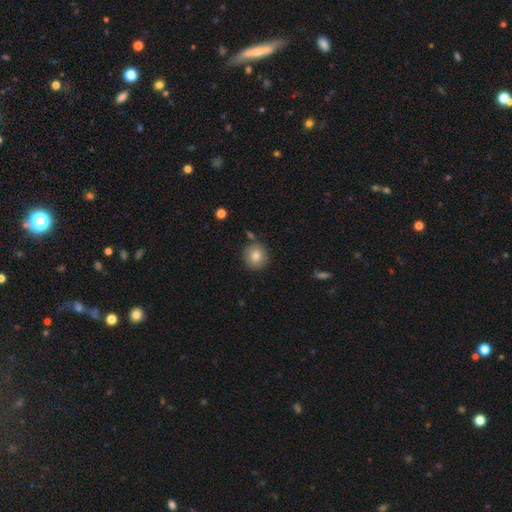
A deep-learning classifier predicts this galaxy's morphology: The model was most divided on "smooth or featured": smooth: 81%, featured or disk: 9%, star or artifact: 9%. More confident: how rounded — round (91%); merging — none (84%).